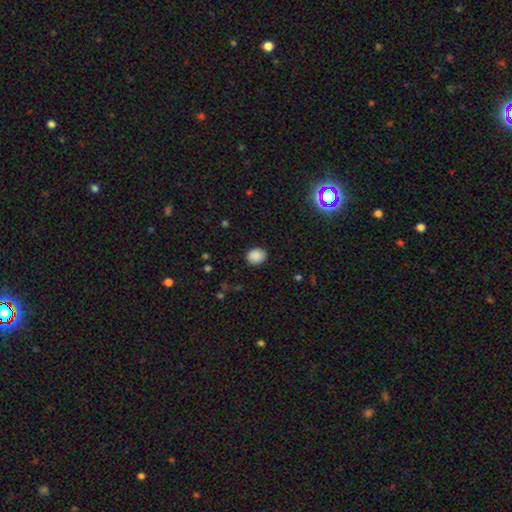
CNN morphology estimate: The model was most divided on "how rounded": round: 57%, in between: 42%, cigar-shaped: 1%. More confident: merging — none (88%); smooth or featured — smooth (88%).